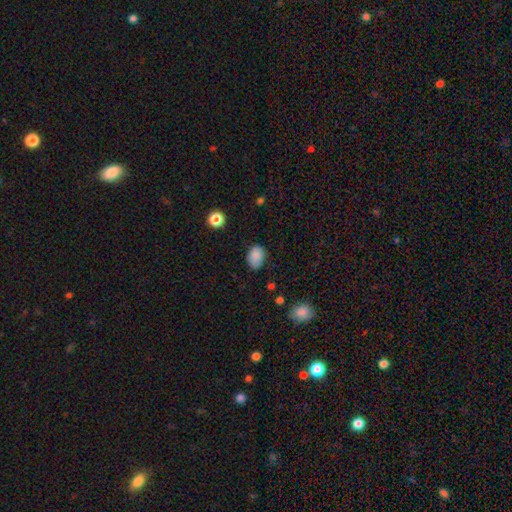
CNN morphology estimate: Q: Smooth or featured?
A: smooth (86%); runner-up: star or artifact (9%)
Q: How rounded?
A: in between (79%); runner-up: round (20%)
Q: Merging?
A: none (69%); runner-up: minor disturbance (25%)